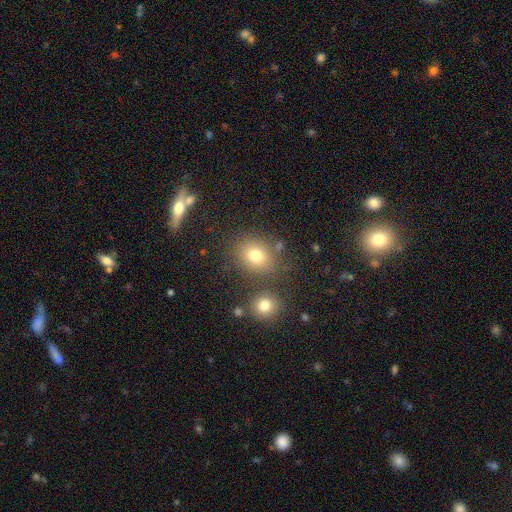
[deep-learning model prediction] This is likely a smooth galaxy (76%). How rounded: possibly round (58%). Merging: likely none (75%).